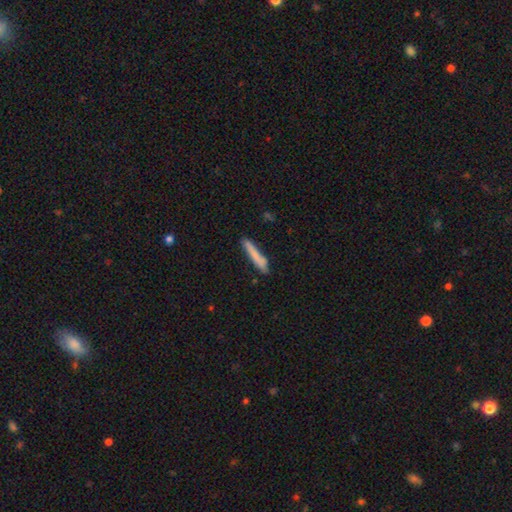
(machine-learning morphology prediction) This is likely a smooth galaxy (77%). How rounded: clearly cigar-shaped (93%). Merging: likely none (78%).